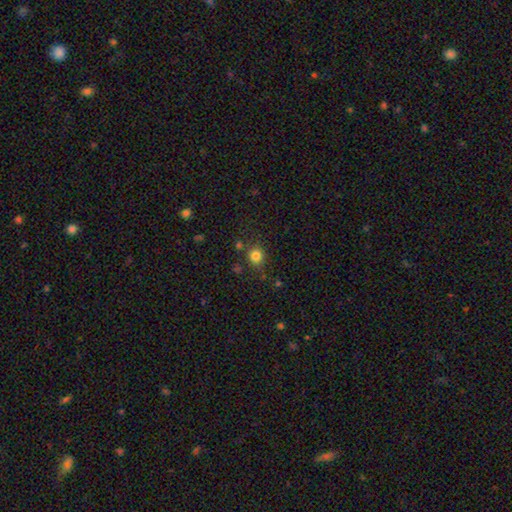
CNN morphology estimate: The model was most divided on "how rounded": round: 83%, in between: 16%, cigar-shaped: 1%. More confident: smooth or featured — smooth (81%); merging — none (78%).